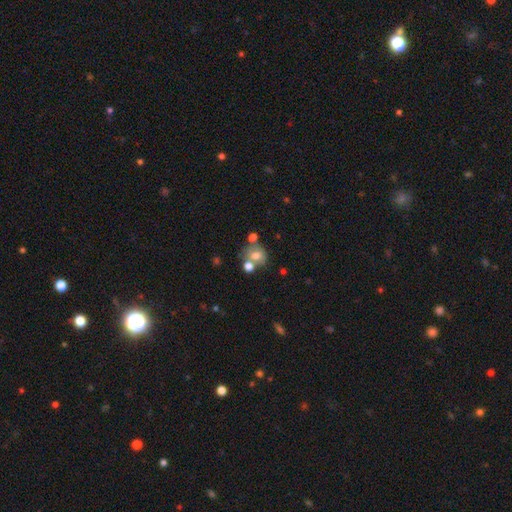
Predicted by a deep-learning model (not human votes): This is likely a smooth galaxy (64%). How rounded: likely round (65%). Merging: marginally none (43%).